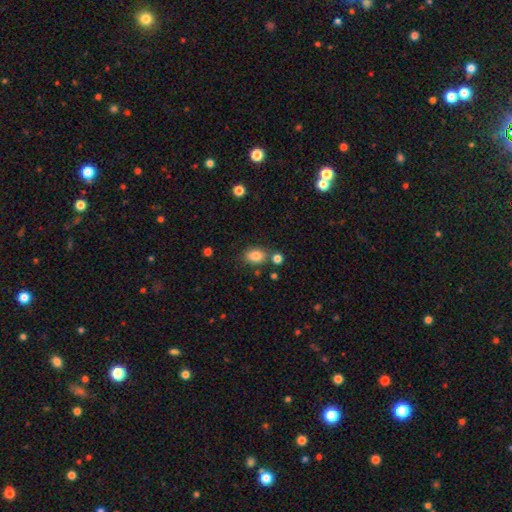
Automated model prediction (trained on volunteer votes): Smooth or featured? Predicted: smooth (p=0.84). How rounded? Predicted: in between (p=0.75). Merging? Predicted: none (p=0.70).